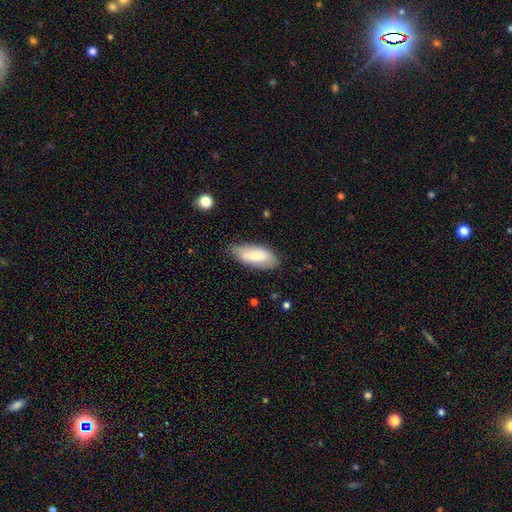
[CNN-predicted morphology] Smooth or featured?
  - smooth: 69% *
  - featured or disk: 25%
  - star or artifact: 6%
How rounded?
  - in between: 85% *
  - cigar-shaped: 13%
  - round: 2%
Merging?
  - none: 70% *
  - minor disturbance: 23%
  - major disturbance: 4%
  - merger: 2%